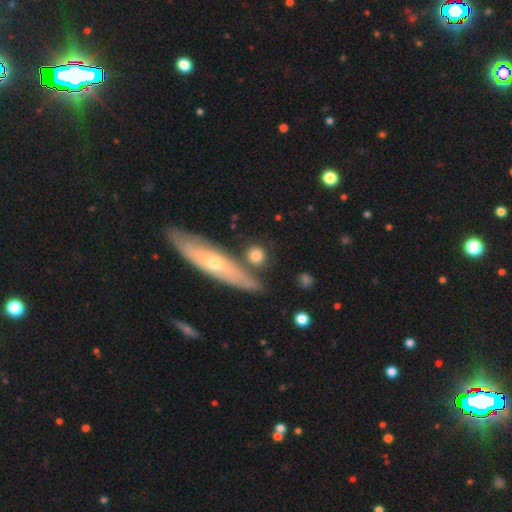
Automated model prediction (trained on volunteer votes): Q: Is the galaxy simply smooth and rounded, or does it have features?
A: smooth — 76%.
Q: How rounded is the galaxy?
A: round — 73%.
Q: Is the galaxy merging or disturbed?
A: none — 73%.